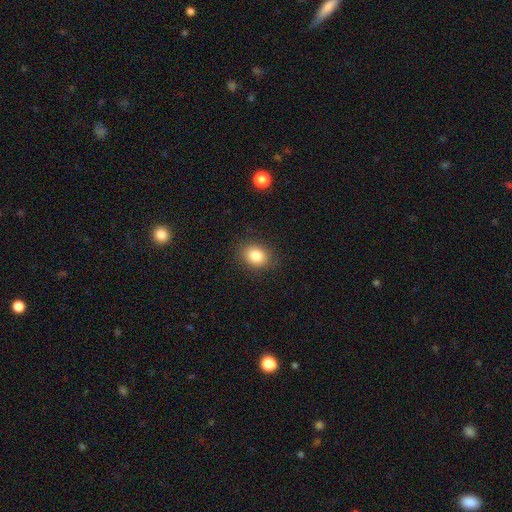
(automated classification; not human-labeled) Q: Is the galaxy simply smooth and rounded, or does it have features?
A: smooth — 84%.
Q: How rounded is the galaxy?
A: in between — 52%.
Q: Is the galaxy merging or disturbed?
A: none — 87%.